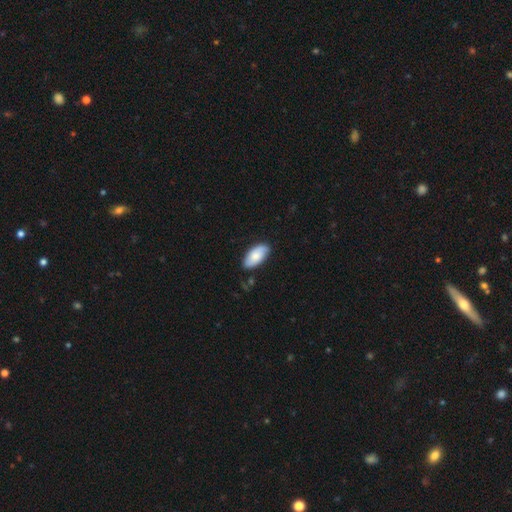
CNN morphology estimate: smooth 72%, featured or disk 22%, star or artifact 6%. Down the decision tree: how rounded — in between (92%); merging — none (82%).